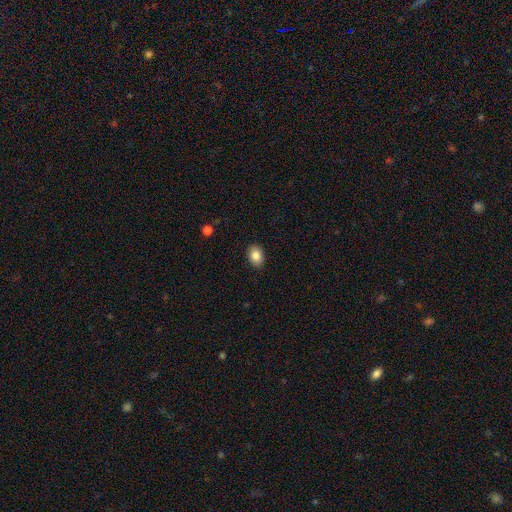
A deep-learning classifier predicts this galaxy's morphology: smooth 85%, star or artifact 8%, featured or disk 7%. Down the decision tree: how rounded — in between (81%); merging — none (89%).